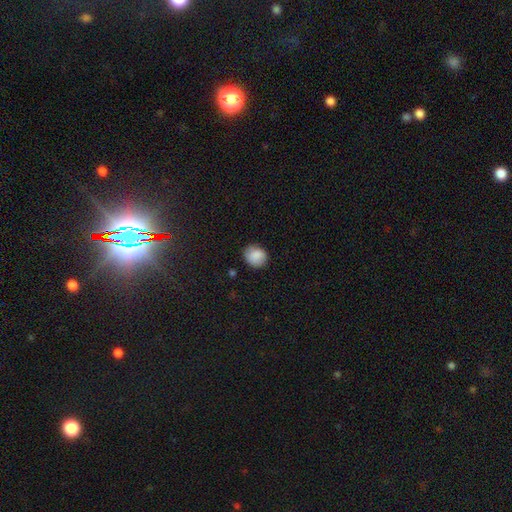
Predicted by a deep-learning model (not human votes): A smooth galaxy with no disk features (87%) that is round (70%).

Vote fractions:
- Smooth or featured? smooth: 87% / star or artifact: 8% / featured or disk: 5%
- How rounded? round: 70% / in between: 29% / cigar-shaped: 1%
- Merging? none: 80% / minor disturbance: 16% / major disturbance: 3% / merger: 1%